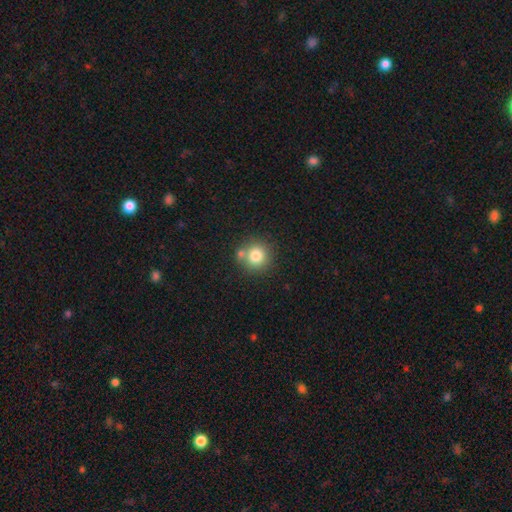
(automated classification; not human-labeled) Smooth or featured? smooth (80%)
How rounded? round (92%)
Merging? none (68%)